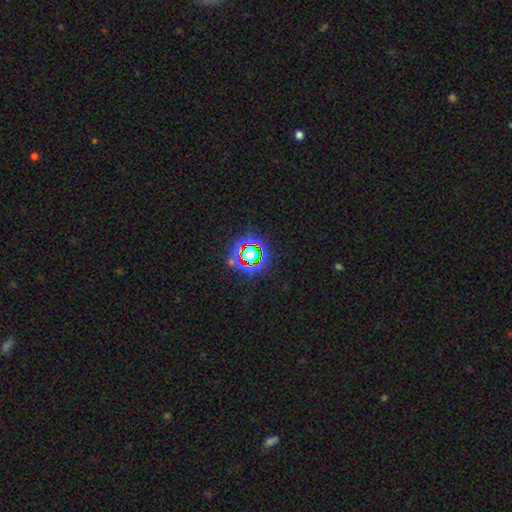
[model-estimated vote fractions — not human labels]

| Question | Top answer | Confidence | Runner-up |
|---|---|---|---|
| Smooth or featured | star or artifact | 67% | smooth (22%) |